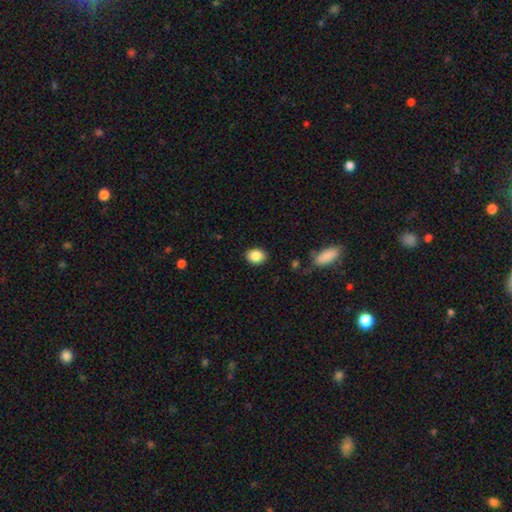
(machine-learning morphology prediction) This appears to be a smooth galaxy with no disk features (87%) that is in between round and cigar-shaped (54%). Merging: none (88%).